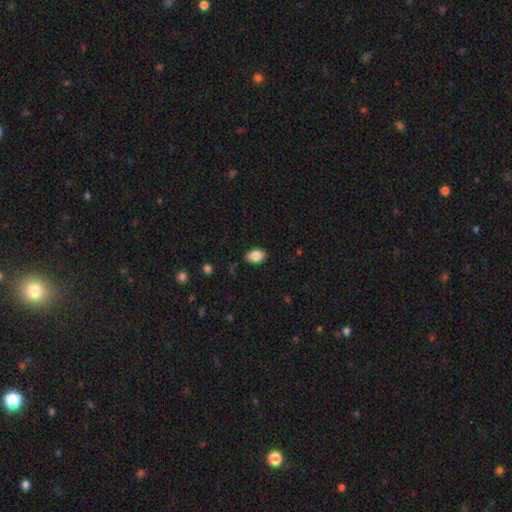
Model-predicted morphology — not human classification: The model was most divided on "merging": none: 83%, minor disturbance: 13%, major disturbance: 3%, merger: 1%. More confident: how rounded — in between (89%); smooth or featured — smooth (87%).